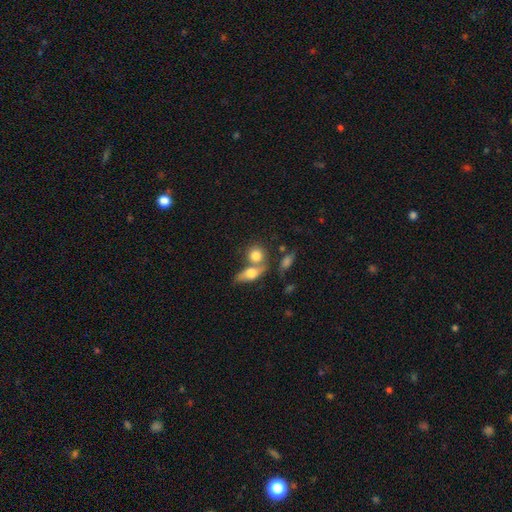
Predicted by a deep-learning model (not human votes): smooth_or_featured: smooth (p=0.78) [alt: featured or disk p=0.14]
how_rounded: round (p=0.63) [alt: in between p=0.32]
merging: merger (p=0.45) [alt: none p=0.41]